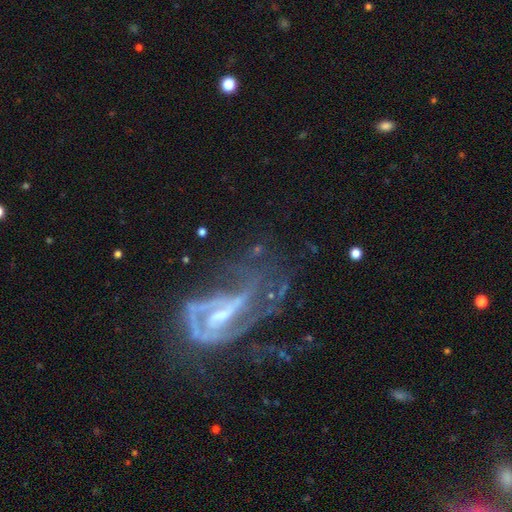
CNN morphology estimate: Q: Smooth or featured?
A: featured or disk (81%); runner-up: star or artifact (11%)
Q: Edge-on disk?
A: no (94%); runner-up: yes (6%)
Q: Bar?
A: weak (40%); runner-up: strong (32%)
Q: Spiral arms?
A: yes (83%); runner-up: no (17%)
Q: Spiral winding?
A: medium (42%); runner-up: loose (33%)
Q: Spiral arm count?
A: 2 (45%); runner-up: can't tell (23%)
Q: Bulge size?
A: small (49%); runner-up: moderate (33%)
Q: Merging?
A: major disturbance (45%); runner-up: none (29%)